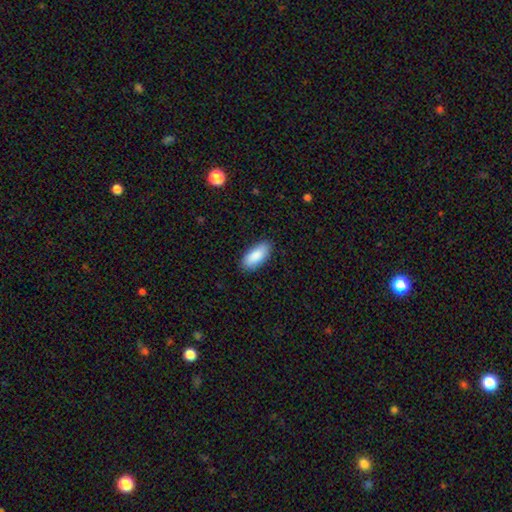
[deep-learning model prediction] Q: Smooth or featured?
A: smooth (89%); runner-up: featured or disk (6%)
Q: How rounded?
A: in between (86%); runner-up: cigar-shaped (12%)
Q: Merging?
A: none (87%); runner-up: minor disturbance (10%)